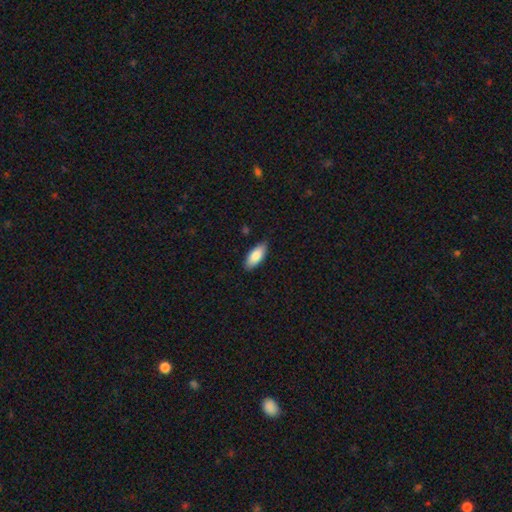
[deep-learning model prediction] Morphology: type=smooth (85%); roundness=in between (84%); merging=none (83%).